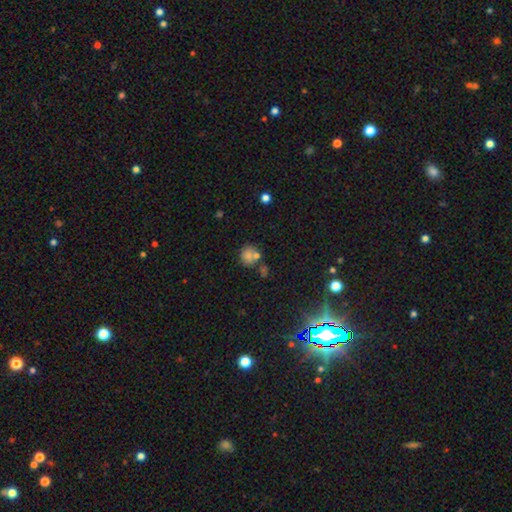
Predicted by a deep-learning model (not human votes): Smooth or featured? smooth (46%)
Merging? none (60%)